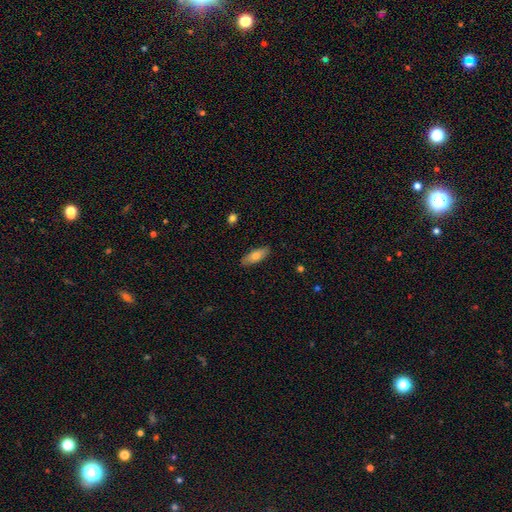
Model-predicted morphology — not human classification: A smooth galaxy with no disk features (72%) that is in between round and cigar-shaped (69%). Merging: none (89%).